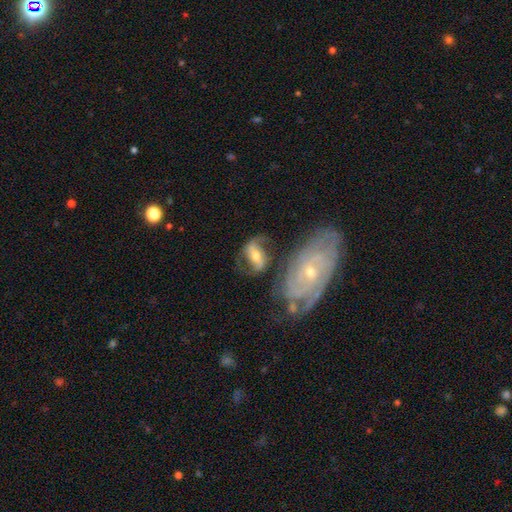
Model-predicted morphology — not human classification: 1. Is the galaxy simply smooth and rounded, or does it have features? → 74% featured or disk, 19% smooth, 7% star or artifact.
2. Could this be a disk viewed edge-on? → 94% no, 6% yes.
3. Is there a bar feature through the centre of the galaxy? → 37% weak, 33% strong, 30% no.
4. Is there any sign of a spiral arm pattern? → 89% yes, 11% no.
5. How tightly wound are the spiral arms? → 41% medium, 30% loose, 29% tight.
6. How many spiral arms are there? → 77% 2, 12% can't tell, 4% 3, 3% 1, 2% 4, 2% more than 4.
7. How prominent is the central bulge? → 54% moderate, 39% small, 5% large, 2% none, 1% dominant.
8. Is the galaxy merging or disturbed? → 47% none, 21% merger, 19% minor disturbance, 13% major disturbance.